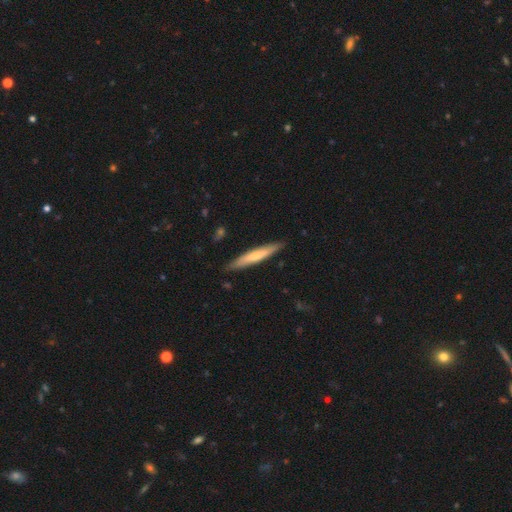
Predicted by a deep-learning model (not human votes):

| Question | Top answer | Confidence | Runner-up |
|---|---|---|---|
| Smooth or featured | smooth | 59% | featured or disk (36%) |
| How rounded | cigar-shaped | 93% | in between (6%) |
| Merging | none | 87% | minor disturbance (10%) |